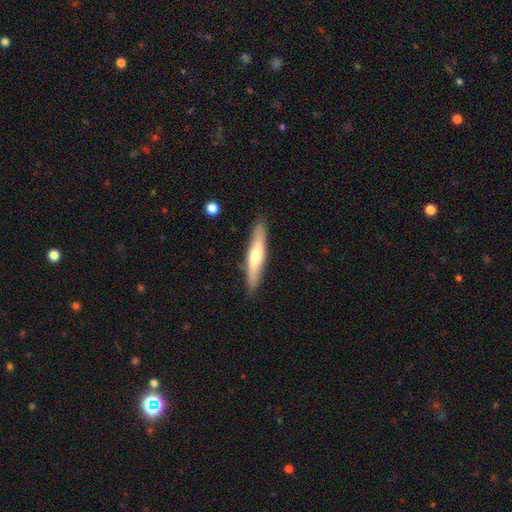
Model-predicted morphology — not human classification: Overall: smooth (50%; featured or disk 45%). Merging: none (88%).